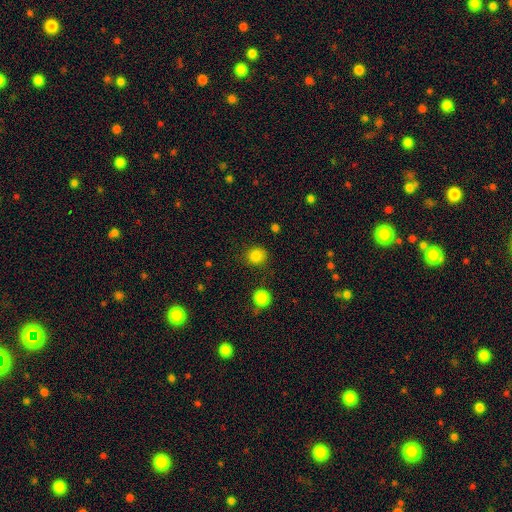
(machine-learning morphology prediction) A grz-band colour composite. It shows a smooth galaxy with no disk features (84%) that is round (89%). Merging: none (86%).